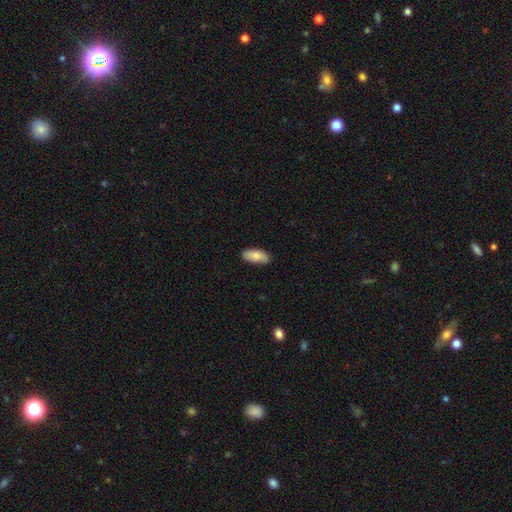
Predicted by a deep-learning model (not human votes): Smooth or featured? Predicted: smooth (p=0.80). How rounded? Predicted: in between (p=0.88). Merging? Predicted: none (p=0.83).